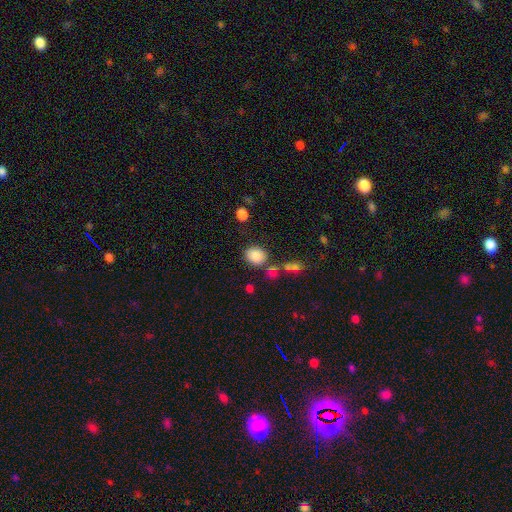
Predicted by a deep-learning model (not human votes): A smooth galaxy with no disk features (83%) that is round (59%).

Vote fractions:
- Smooth or featured? smooth: 83% / star or artifact: 9% / featured or disk: 7%
- How rounded? round: 59% / in between: 40% / cigar-shaped: 1%
- Merging? none: 72% / minor disturbance: 15% / merger: 7% / major disturbance: 5%